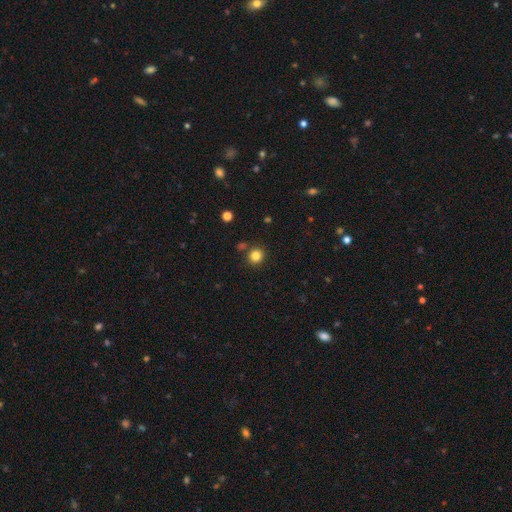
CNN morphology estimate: smooth-or-featured: smooth: 83% | star or artifact: 12% | featured or disk: 5%
  how-rounded: round: 88% | in between: 11% | cigar-shaped: 1%
  merging: none: 85% | minor disturbance: 7% | merger: 5% | major disturbance: 2%